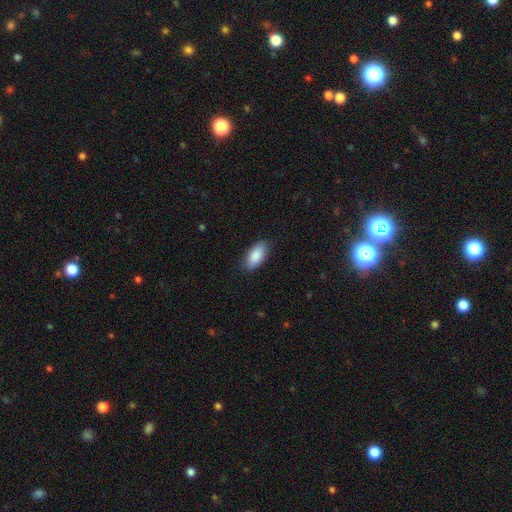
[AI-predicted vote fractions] A smooth galaxy with no disk features (87%) that is in between round and cigar-shaped (91%). Merging: none (85%).